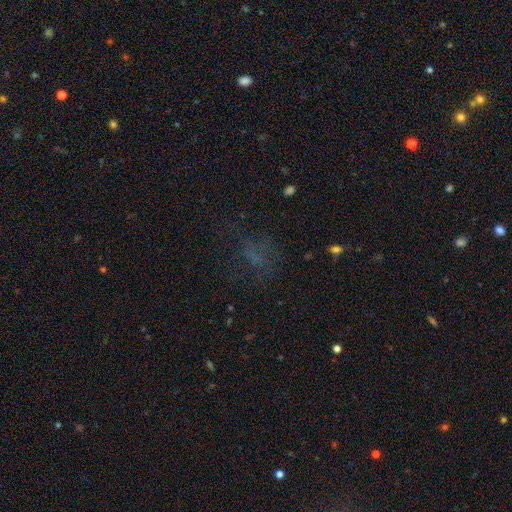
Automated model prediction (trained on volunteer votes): A smooth galaxy with no disk features (43%).

Vote fractions:
- Smooth or featured? smooth: 43% / star or artifact: 34% / featured or disk: 23%
- Merging? none: 55% / major disturbance: 25% / minor disturbance: 18% / merger: 3%